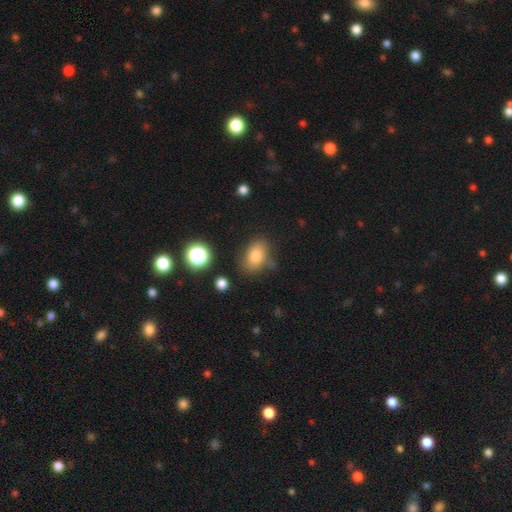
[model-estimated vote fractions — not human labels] smooth-or-featured: smooth: 79% | star or artifact: 11% | featured or disk: 11%
  how-rounded: in between: 79% | round: 19% | cigar-shaped: 1%
  merging: none: 69% | minor disturbance: 20% | major disturbance: 6% | merger: 4%